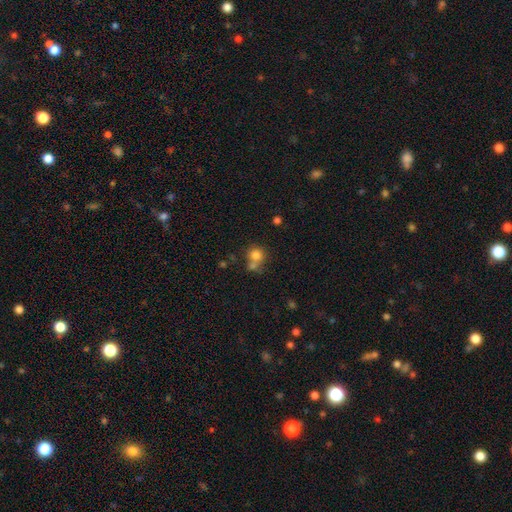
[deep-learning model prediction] This appears to be a smooth galaxy with no disk features (78%) that is round (84%). Merging: none (47%).